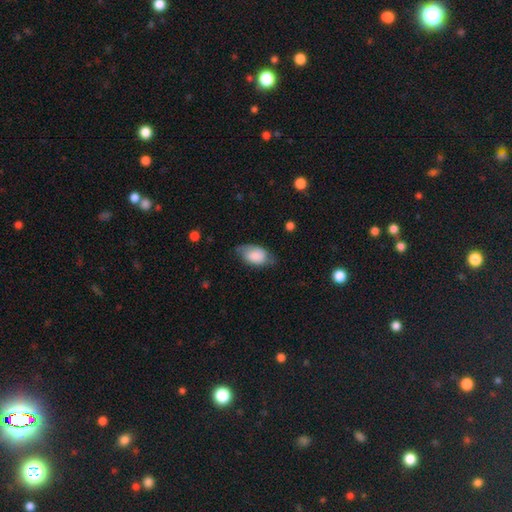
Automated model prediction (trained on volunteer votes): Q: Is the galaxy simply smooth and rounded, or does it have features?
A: smooth — 75%.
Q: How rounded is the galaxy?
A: in between — 92%.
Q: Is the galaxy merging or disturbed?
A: none — 59%.